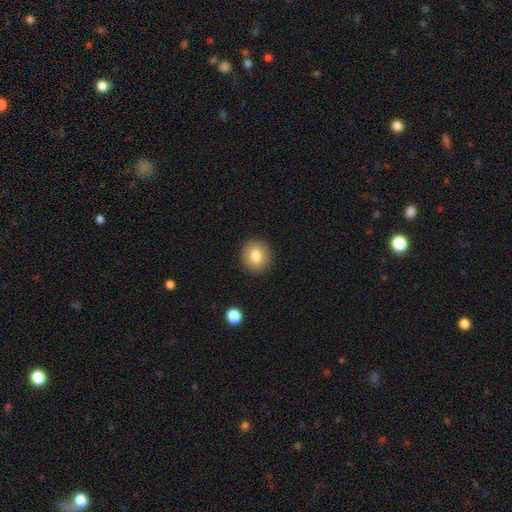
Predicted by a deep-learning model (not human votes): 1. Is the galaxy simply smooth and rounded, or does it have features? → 80% smooth, 11% featured or disk, 9% star or artifact.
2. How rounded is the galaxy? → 83% round, 16% in between, 1% cigar-shaped.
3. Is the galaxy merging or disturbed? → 91% none, 6% minor disturbance, 2% major disturbance, 1% merger.